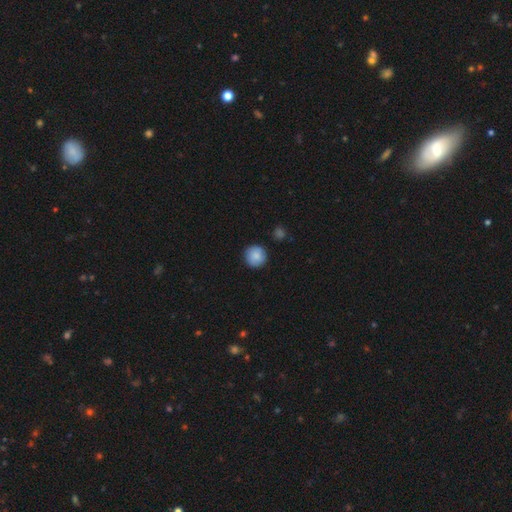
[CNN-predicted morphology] Smooth or featured: smooth — 86% (star or artifact — 7%)
How rounded: round — 94% (in between — 5%)
Merging: none — 88% (minor disturbance — 9%)